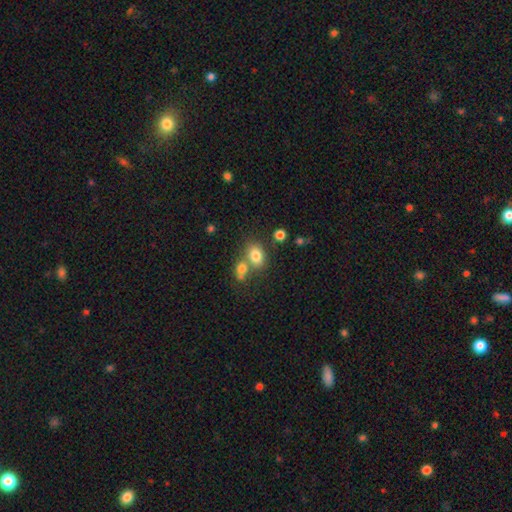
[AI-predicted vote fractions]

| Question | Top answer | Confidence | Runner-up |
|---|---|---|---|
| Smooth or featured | smooth | 79% | star or artifact (11%) |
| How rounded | in between | 63% | round (36%) |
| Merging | none | 49% | merger (36%) |